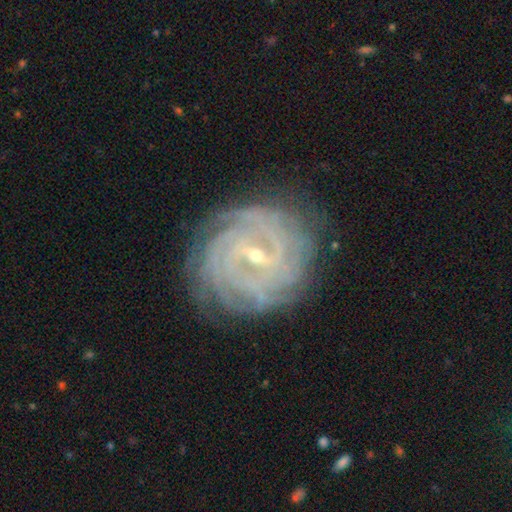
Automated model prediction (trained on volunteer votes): featured or disk 89%, star or artifact 6%, smooth 5%. Down the decision tree: edge-on disk — no (97%); bar — weak (50%); spiral arms — yes (97%); spiral arm count — 4 (26%, tied with can't tell); spiral winding — tight (83%); bulge size — small (74%); merging — none (82%).